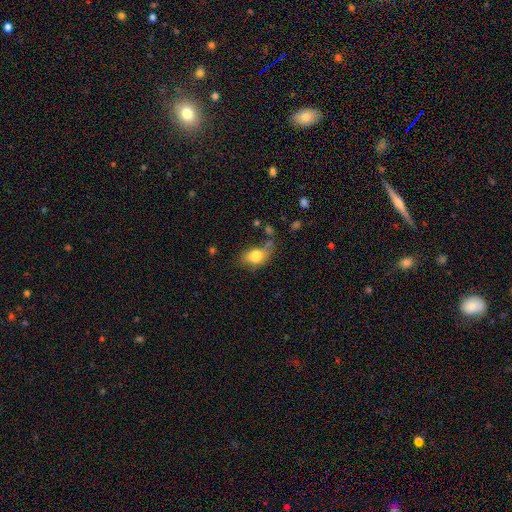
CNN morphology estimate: type=smooth (79%); roundness=in between (80%); merging=none (44%).